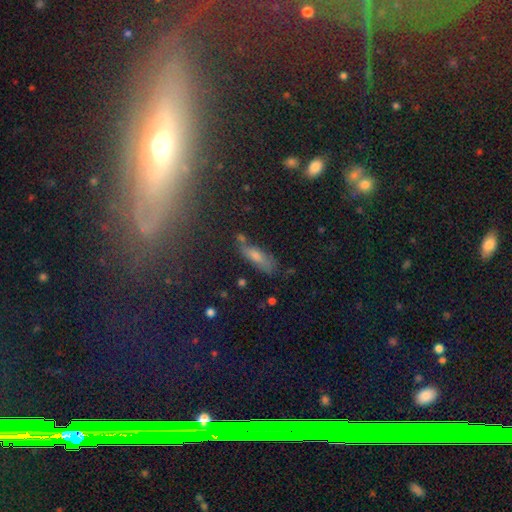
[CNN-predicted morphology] Smooth or featured?
  - star or artifact: 38% *
  - featured or disk: 33%
  - smooth: 29%